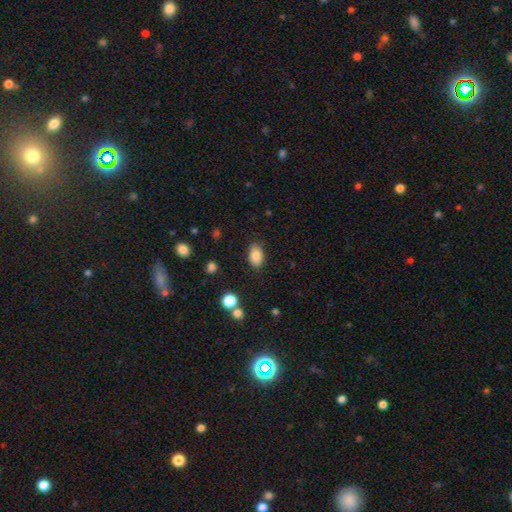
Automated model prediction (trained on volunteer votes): Overall: smooth (85%). How rounded: in between (89%). Merging: none (85%).